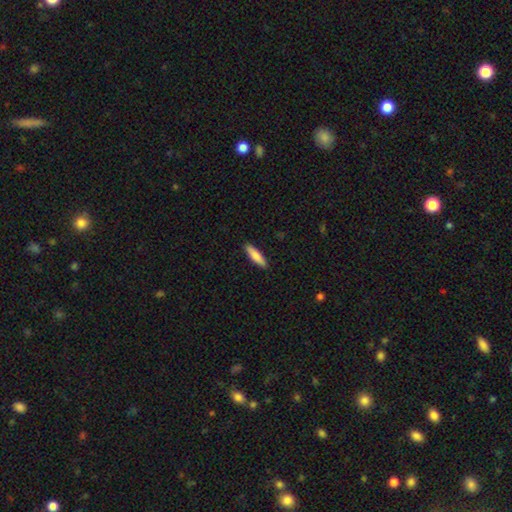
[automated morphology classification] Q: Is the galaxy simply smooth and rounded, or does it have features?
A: smooth — 80%.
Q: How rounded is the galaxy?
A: cigar-shaped — 70%.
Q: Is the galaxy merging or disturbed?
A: none — 90%.